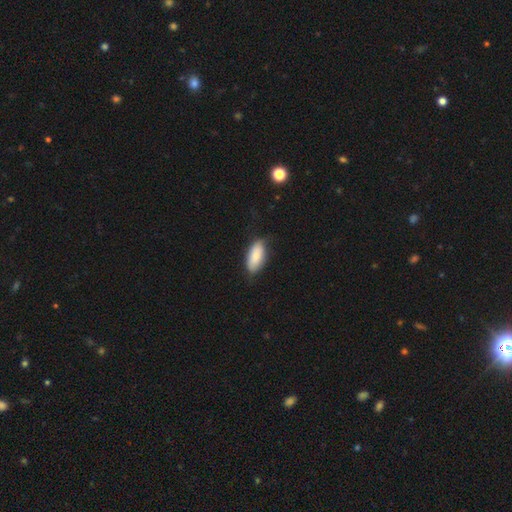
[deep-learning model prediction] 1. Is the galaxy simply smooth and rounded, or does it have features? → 83% smooth, 11% featured or disk, 6% star or artifact.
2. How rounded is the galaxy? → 90% in between, 8% cigar-shaped, 2% round.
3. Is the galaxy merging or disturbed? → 73% none, 22% minor disturbance, 4% major disturbance, 1% merger.